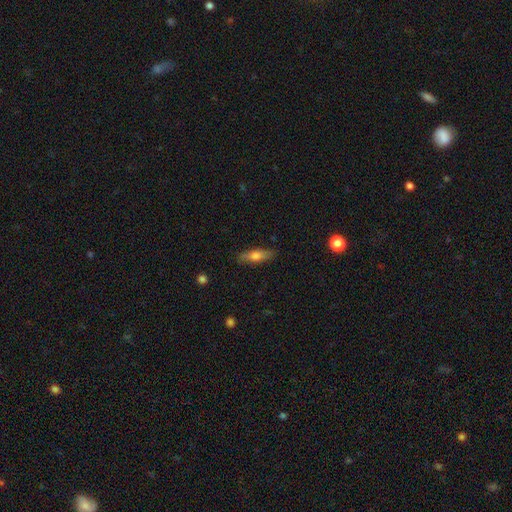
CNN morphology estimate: Smooth or featured? smooth (65%)
How rounded? cigar-shaped (55%)
Merging? none (84%)